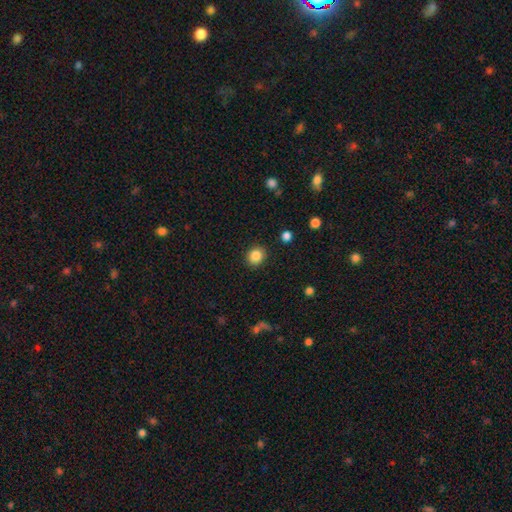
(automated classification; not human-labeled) Q: Smooth or featured?
A: smooth (86%); runner-up: star or artifact (10%)
Q: How rounded?
A: round (82%); runner-up: in between (17%)
Q: Merging?
A: none (90%); runner-up: minor disturbance (6%)